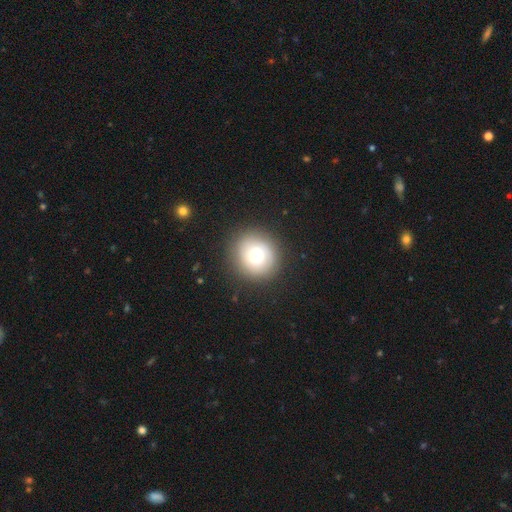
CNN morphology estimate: Overall: smooth (69%). How rounded: round (89%). Merging: none (87%).